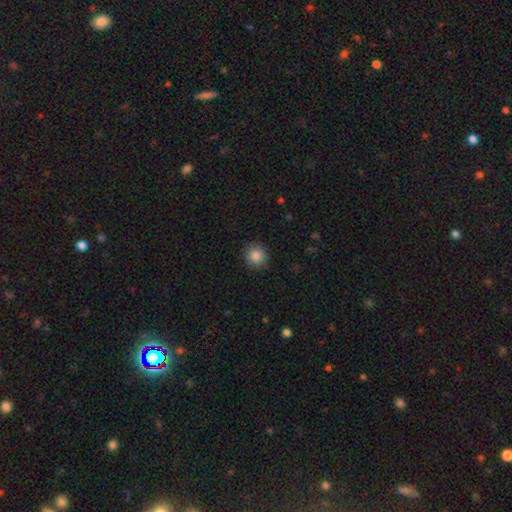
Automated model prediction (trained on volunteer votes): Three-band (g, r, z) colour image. It shows a smooth galaxy with no disk features (87%) that is round (90%). Merging: none (90%).